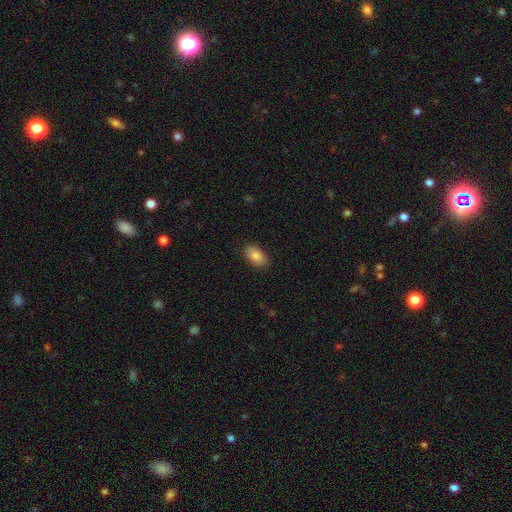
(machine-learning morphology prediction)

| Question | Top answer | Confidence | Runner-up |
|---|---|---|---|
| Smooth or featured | smooth | 86% | star or artifact (7%) |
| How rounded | in between | 92% | round (6%) |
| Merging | none | 88% | minor disturbance (9%) |